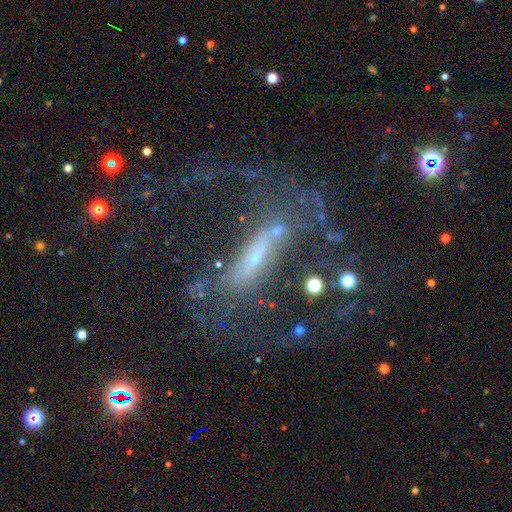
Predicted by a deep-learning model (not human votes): The model was most divided on "bar": strong: 36%, no: 35%, weak: 29%. Remaining: edge-on disk — no (84%); smooth or featured — featured or disk (72%); bulge size — small (71%); spiral arms — yes (67%); merging — none (44%).